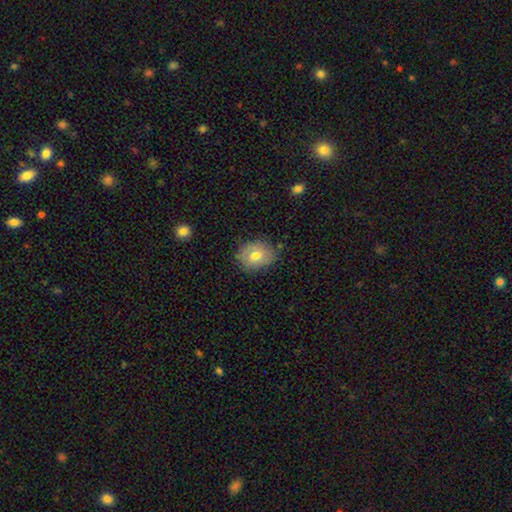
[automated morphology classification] A smooth galaxy with no disk features (70%) that is in between round and cigar-shaped (52%).

Vote fractions:
- Smooth or featured? smooth: 70% / featured or disk: 22% / star or artifact: 8%
- How rounded? in between: 52% / round: 48% / cigar-shaped: 1%
- Merging? none: 78% / minor disturbance: 17% / major disturbance: 4% / merger: 2%